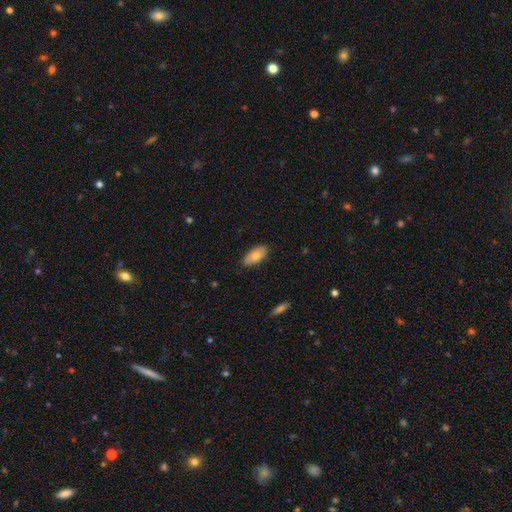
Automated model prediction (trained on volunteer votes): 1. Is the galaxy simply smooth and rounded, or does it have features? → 72% smooth, 22% featured or disk, 6% star or artifact.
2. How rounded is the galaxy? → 92% in between, 5% cigar-shaped, 3% round.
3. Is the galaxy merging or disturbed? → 82% none, 15% minor disturbance, 2% major disturbance, 1% merger.